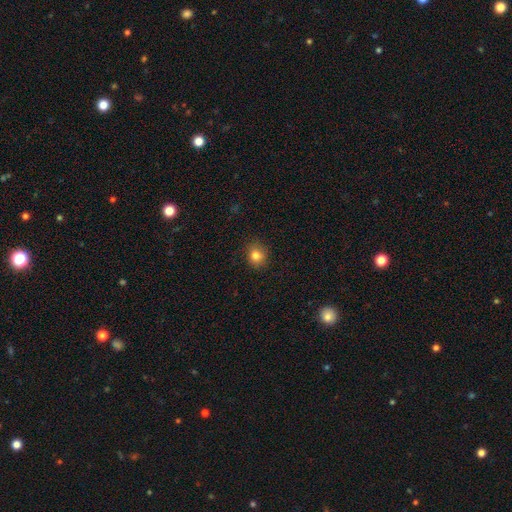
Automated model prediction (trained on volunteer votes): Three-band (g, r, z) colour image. It shows a smooth galaxy with no disk features (82%) that is round (77%). Merging: none (87%).